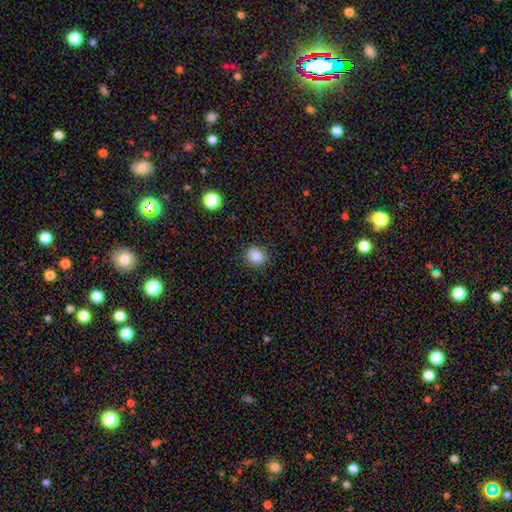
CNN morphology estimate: A smooth galaxy with no disk features (86%) that is round (75%).

Vote fractions:
- Smooth or featured? smooth: 86% / star or artifact: 10% / featured or disk: 3%
- How rounded? round: 75% / in between: 24% / cigar-shaped: 1%
- Merging? none: 88% / minor disturbance: 8% / major disturbance: 3% / merger: 1%